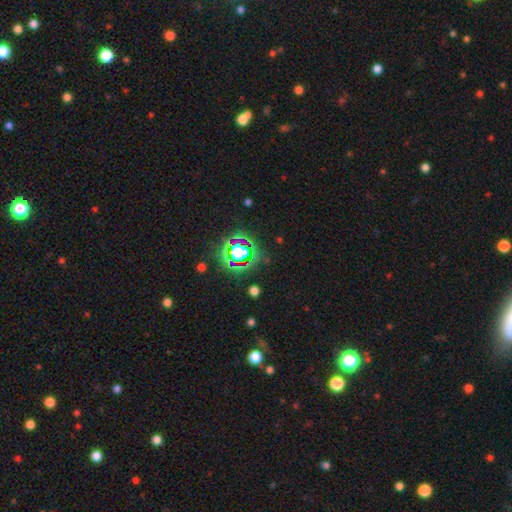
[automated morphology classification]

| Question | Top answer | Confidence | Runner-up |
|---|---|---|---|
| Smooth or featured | star or artifact | 78% | smooth (14%) |